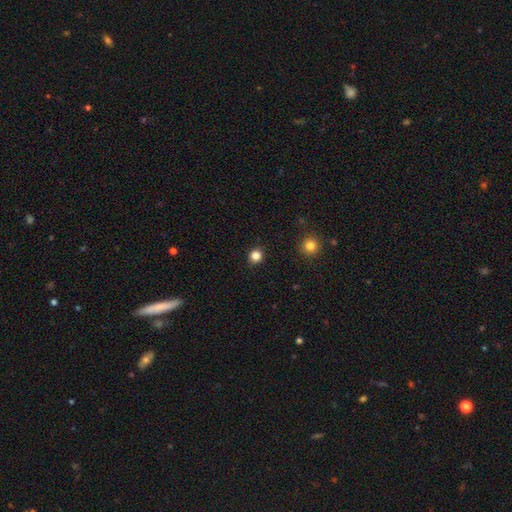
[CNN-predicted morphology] type=smooth (83%); roundness=round (87%); merging=none (91%).